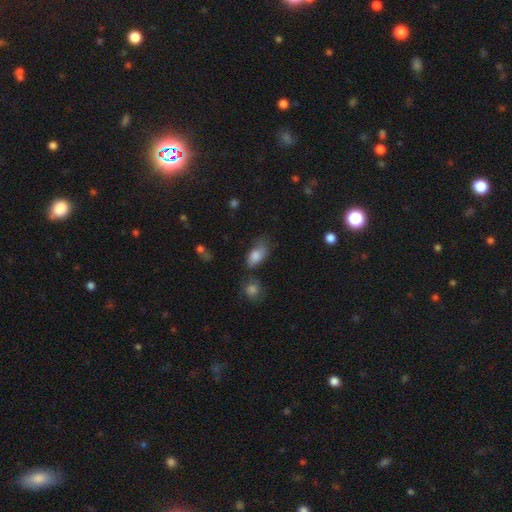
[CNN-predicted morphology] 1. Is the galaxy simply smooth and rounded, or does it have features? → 81% smooth, 11% featured or disk, 8% star or artifact.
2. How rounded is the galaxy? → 89% in between, 7% round, 4% cigar-shaped.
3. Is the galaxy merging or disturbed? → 49% none, 31% minor disturbance, 12% major disturbance, 8% merger.